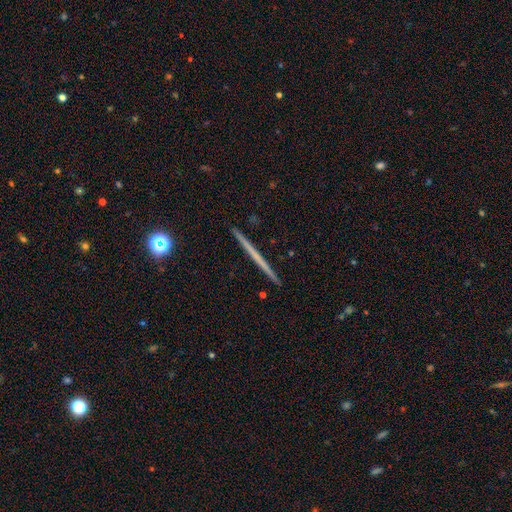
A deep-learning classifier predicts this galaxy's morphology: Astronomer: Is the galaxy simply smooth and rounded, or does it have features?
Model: featured or disk — 56% (runner-up: smooth, 37%).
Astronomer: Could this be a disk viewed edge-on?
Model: yes — 98%.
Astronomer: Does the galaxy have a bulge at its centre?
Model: none — 93%.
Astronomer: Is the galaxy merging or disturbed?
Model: none — 93%.